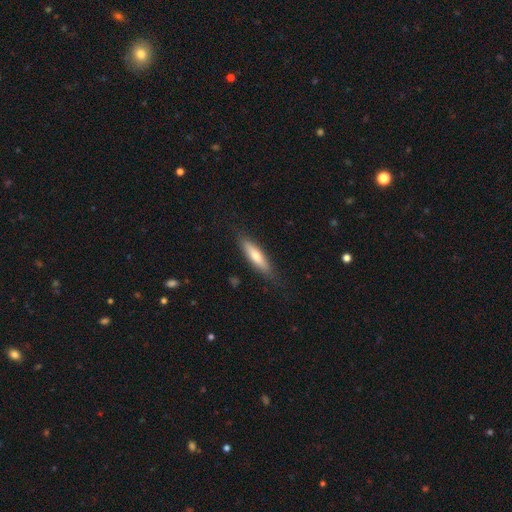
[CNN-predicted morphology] Smooth or featured? Predicted: smooth (p=0.61). How rounded? Predicted: cigar-shaped (p=0.71). Merging? Predicted: none (p=0.84).